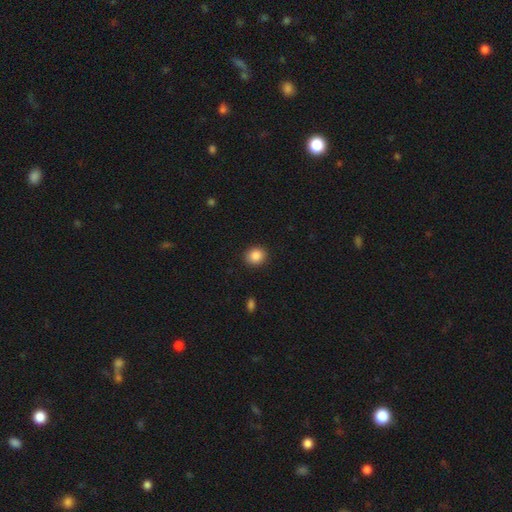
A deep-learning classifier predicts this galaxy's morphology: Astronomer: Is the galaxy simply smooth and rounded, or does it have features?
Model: smooth — 87%.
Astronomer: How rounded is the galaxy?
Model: round — 80%.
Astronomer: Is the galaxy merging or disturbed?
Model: none — 91%.